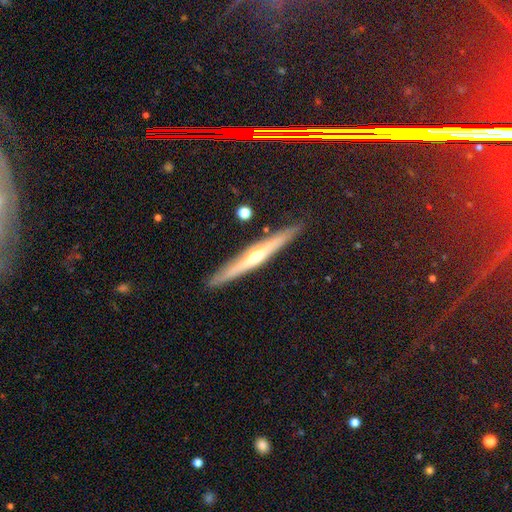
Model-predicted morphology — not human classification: A featured or disk galaxy (65%) viewed edge-on (95%) with a rounded central bulge (81%).

Vote fractions:
- Smooth or featured? featured or disk: 65% / smooth: 22% / star or artifact: 13%
- Edge-on disk? yes: 95% / no: 5%
- Edge-on bulge? rounded: 81% / none: 15% / boxy: 4%
- Merging? none: 89% / minor disturbance: 8% / major disturbance: 1% / merger: 1%